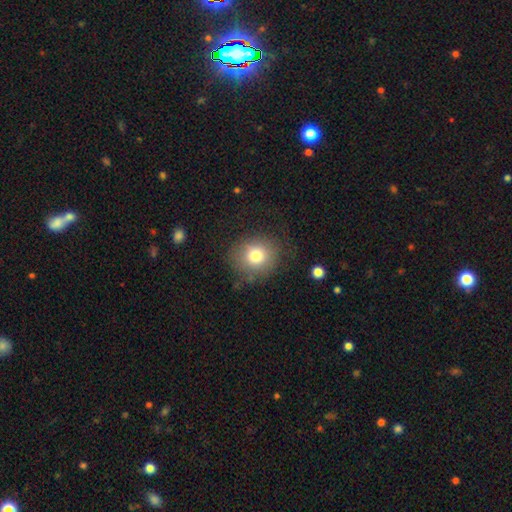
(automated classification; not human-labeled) This appears to be a smooth galaxy with no disk features (77%) that is round (80%). Merging: none (77%).